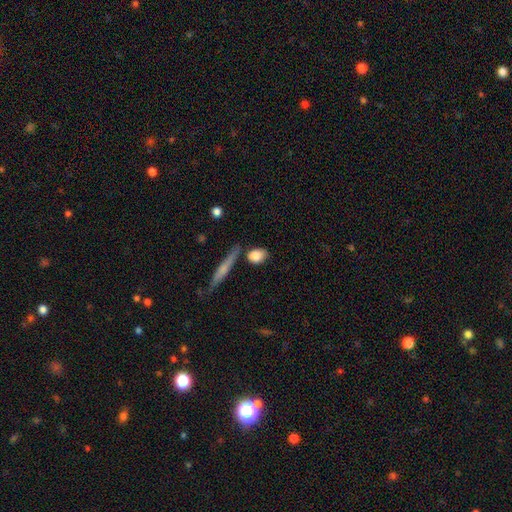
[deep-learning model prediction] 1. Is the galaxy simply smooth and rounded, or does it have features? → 81% smooth, 12% featured or disk, 7% star or artifact.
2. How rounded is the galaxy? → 67% in between, 24% round, 9% cigar-shaped.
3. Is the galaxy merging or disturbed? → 68% none, 17% minor disturbance, 10% merger, 5% major disturbance.